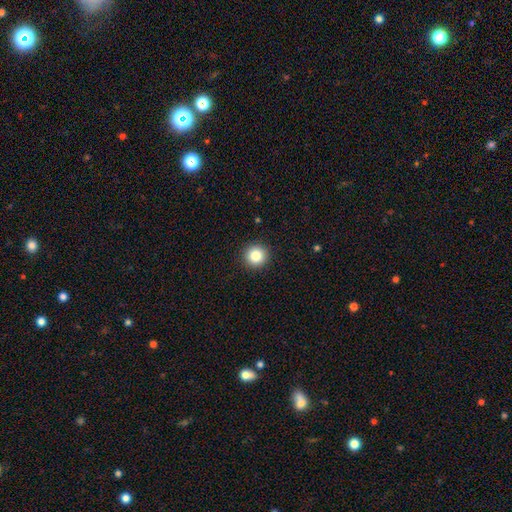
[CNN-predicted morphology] type=smooth (84%); roundness=round (95%); merging=none (92%).